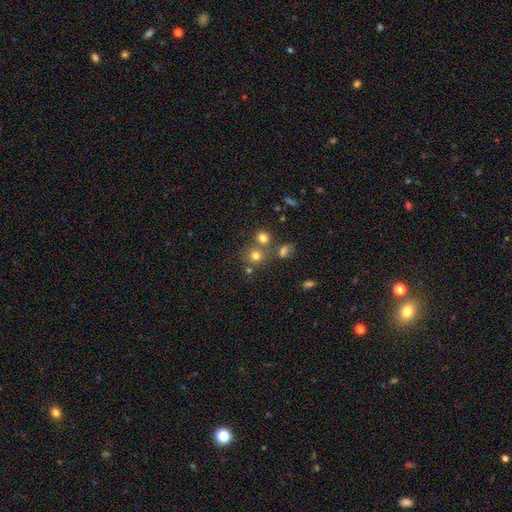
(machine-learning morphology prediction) Q: Smooth or featured?
A: smooth (74%); runner-up: star or artifact (17%)
Q: How rounded?
A: round (84%); runner-up: in between (14%)
Q: Merging?
A: none (61%); runner-up: merger (25%)